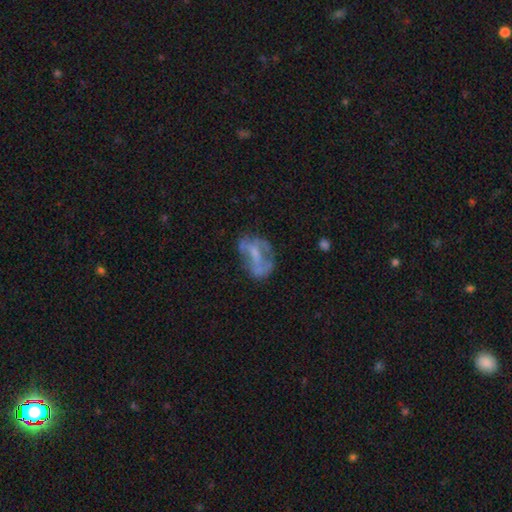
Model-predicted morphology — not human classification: type=featured or disk (58%); edge-on=no (96%); bar=no (57%); spiral arms=no (68%); bulge=none (38%); merging=none (42%).